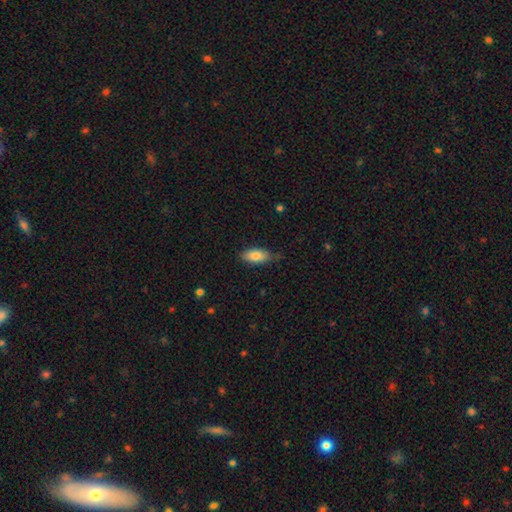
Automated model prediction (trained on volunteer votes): This is clearly a smooth galaxy (82%). How rounded: clearly in between (86%). Merging: likely none (76%).